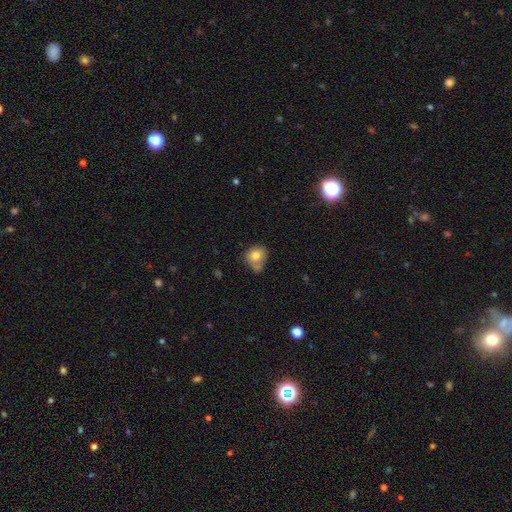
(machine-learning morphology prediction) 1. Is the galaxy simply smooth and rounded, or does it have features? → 78% smooth, 13% featured or disk, 10% star or artifact.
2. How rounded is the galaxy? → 70% round, 30% in between, 1% cigar-shaped.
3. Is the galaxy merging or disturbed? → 45% none, 26% merger, 22% minor disturbance, 8% major disturbance.